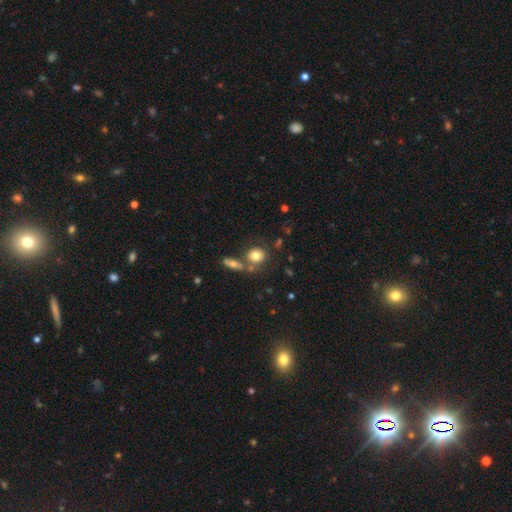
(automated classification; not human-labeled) A smooth galaxy with no disk features (75%) that is round (70%).

Vote fractions:
- Smooth or featured? smooth: 75% / featured or disk: 15% / star or artifact: 9%
- How rounded? round: 70% / in between: 28% / cigar-shaped: 2%
- Merging? none: 57% / merger: 27% / minor disturbance: 12% / major disturbance: 5%